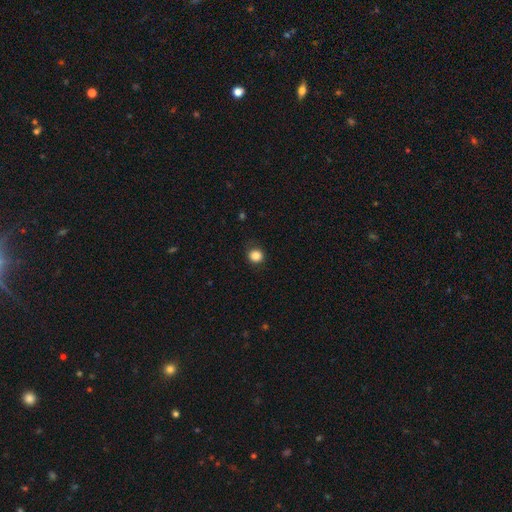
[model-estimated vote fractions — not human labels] Smooth or featured? smooth (86%)
How rounded? round (90%)
Merging? none (86%)